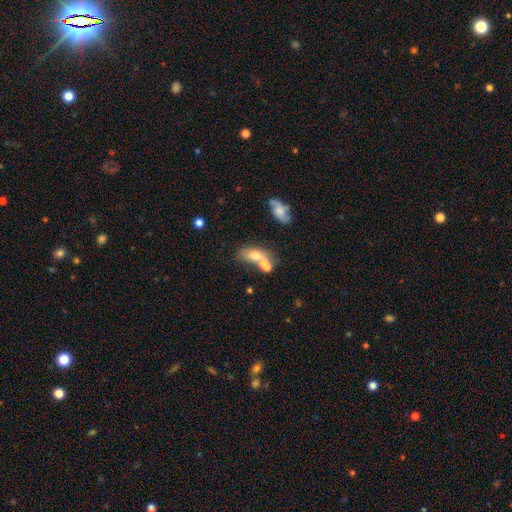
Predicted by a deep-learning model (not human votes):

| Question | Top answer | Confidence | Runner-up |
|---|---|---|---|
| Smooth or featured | smooth | 62% | featured or disk (27%) |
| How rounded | in between | 78% | round (15%) |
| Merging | merger | 49% | none (30%) |